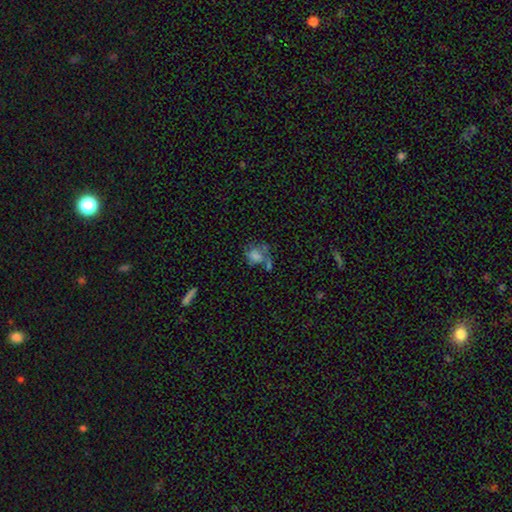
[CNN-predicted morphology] Smooth or featured: smooth — 60% (featured or disk — 26%)
How rounded: round — 50% (in between — 48%)
Merging: none — 31% (merger — 26%)